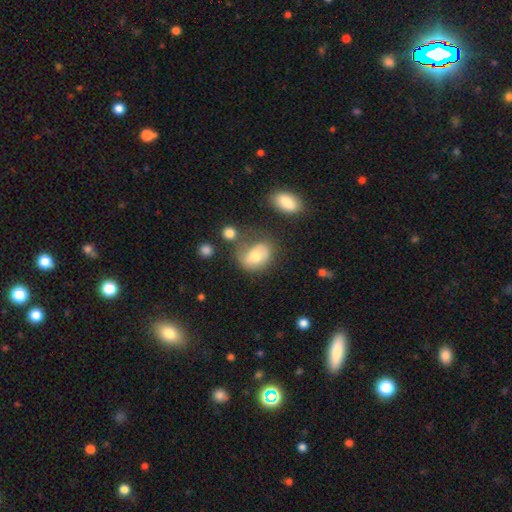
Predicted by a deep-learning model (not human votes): The model was most divided on "merging": none: 43%, minor disturbance: 29%, major disturbance: 18%, merger: 10%. More confident: how rounded — in between (70%); smooth or featured — smooth (68%).